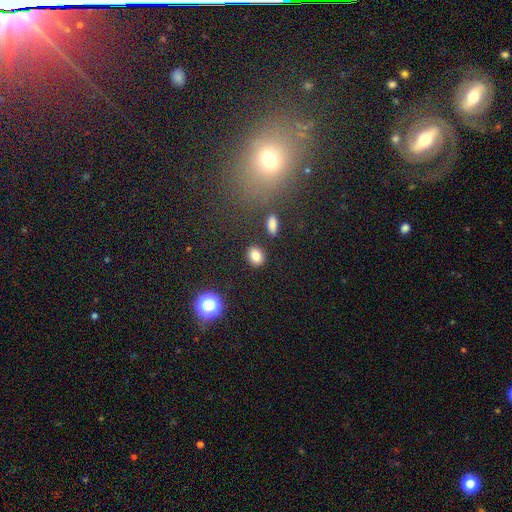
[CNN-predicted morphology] type=smooth (82%); roundness=round (51%); merging=none (86%).